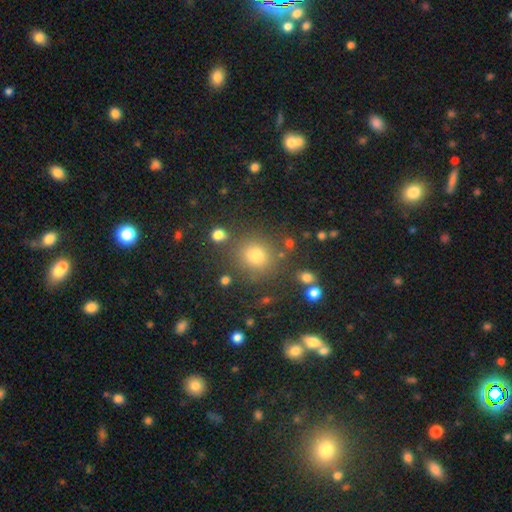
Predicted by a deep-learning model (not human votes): Overall: smooth (73%). How rounded: round (89%). Merging: none (83%).